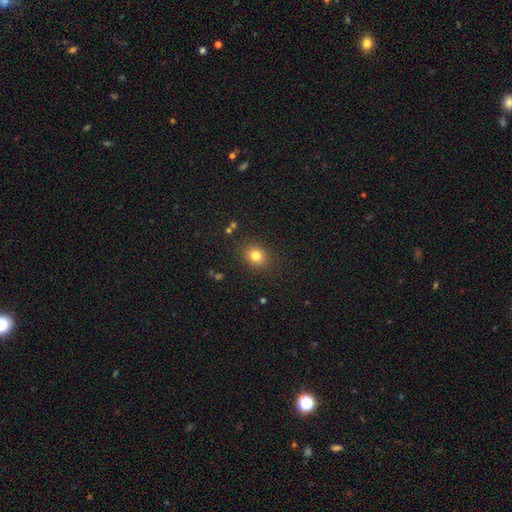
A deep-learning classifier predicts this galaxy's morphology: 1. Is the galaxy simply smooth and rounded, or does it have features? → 79% smooth, 13% star or artifact, 8% featured or disk.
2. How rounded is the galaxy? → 62% round, 37% in between, 1% cigar-shaped.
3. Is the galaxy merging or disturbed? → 86% none, 9% minor disturbance, 3% major disturbance, 2% merger.